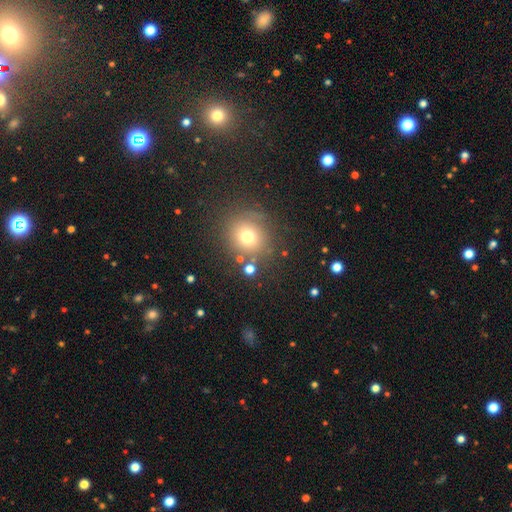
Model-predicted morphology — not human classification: A smooth galaxy with no disk features (57%) that is round (86%). Merging: none (82%).